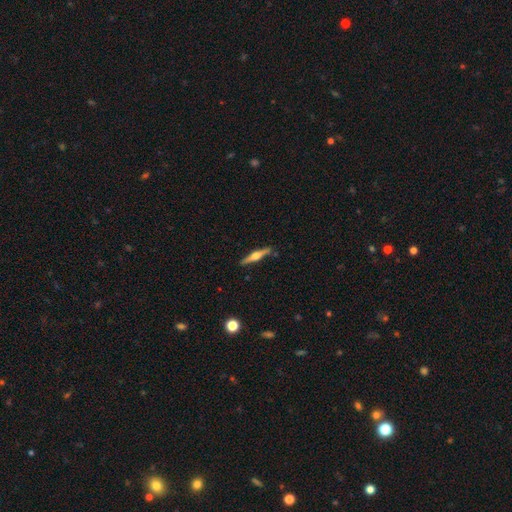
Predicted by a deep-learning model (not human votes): Overall: featured or disk (72%). Edge-on disk: yes (98%). Edge-on bulge: rounded (90%). Merging: none (88%).